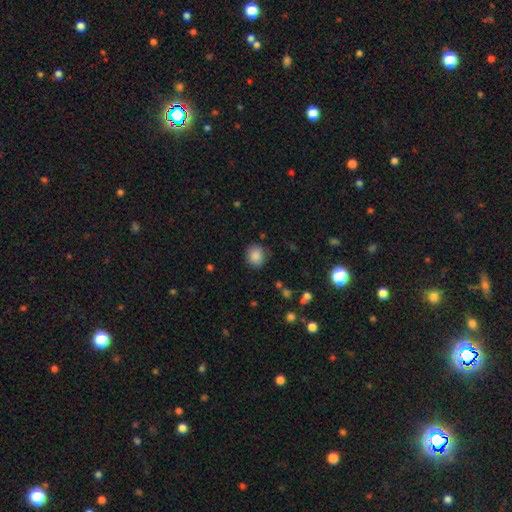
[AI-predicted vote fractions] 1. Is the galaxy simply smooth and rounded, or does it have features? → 87% smooth, 9% star or artifact, 4% featured or disk.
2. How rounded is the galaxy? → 76% round, 23% in between, 1% cigar-shaped.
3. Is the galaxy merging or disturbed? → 83% none, 12% minor disturbance, 3% major disturbance, 1% merger.